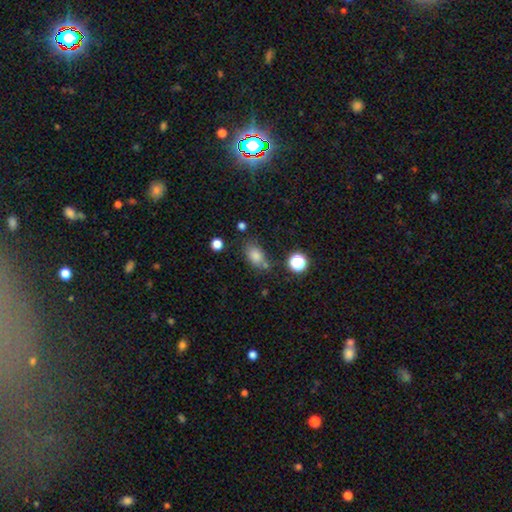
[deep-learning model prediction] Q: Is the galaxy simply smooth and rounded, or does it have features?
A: smooth — 77%.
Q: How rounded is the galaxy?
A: in between — 76%.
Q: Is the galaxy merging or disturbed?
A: none — 67%.